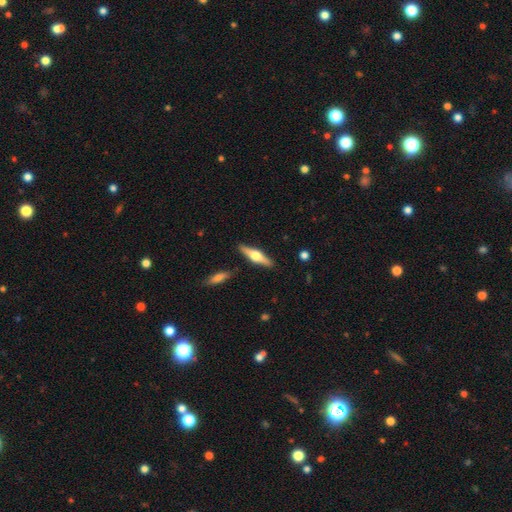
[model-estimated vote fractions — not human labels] Smooth or featured? featured or disk (63%)
Edge-on disk? yes (96%)
Edge-on bulge? rounded (94%)
Merging? none (88%)